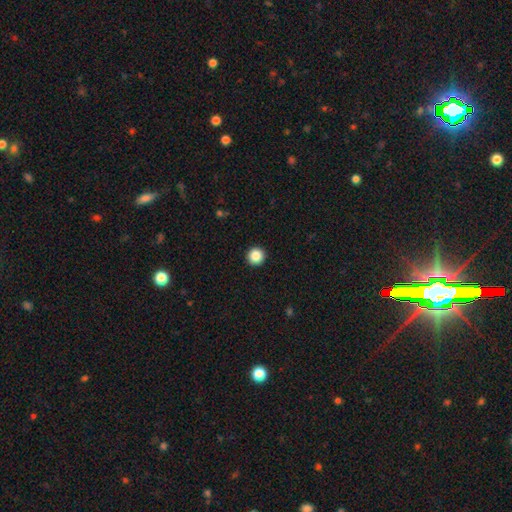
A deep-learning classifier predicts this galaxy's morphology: Overall: smooth (87%). How rounded: round (96%). Merging: none (94%).